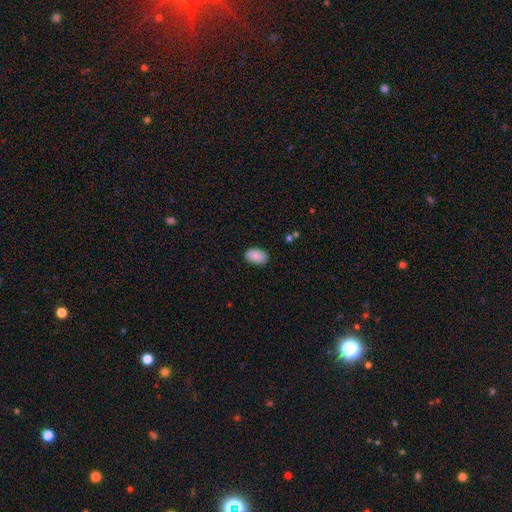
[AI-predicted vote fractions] This appears to be a smooth galaxy with no disk features (87%) that is in between round and cigar-shaped (91%). Merging: none (86%).